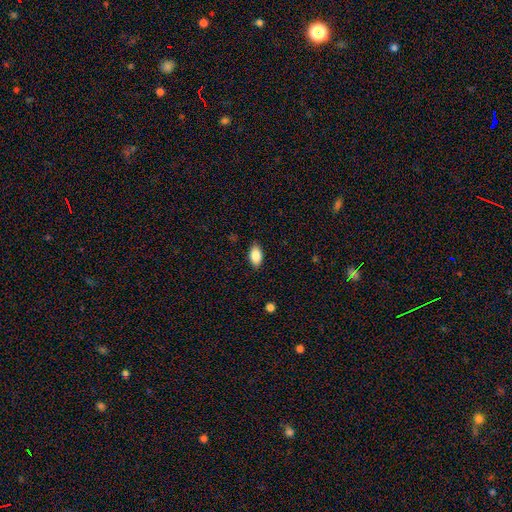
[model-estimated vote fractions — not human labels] A smooth galaxy with no disk features (86%) that is in between round and cigar-shaped (93%).

Vote fractions:
- Smooth or featured? smooth: 86% / star or artifact: 7% / featured or disk: 6%
- How rounded? in between: 93% / round: 5% / cigar-shaped: 2%
- Merging? none: 86% / minor disturbance: 10% / major disturbance: 2% / merger: 1%